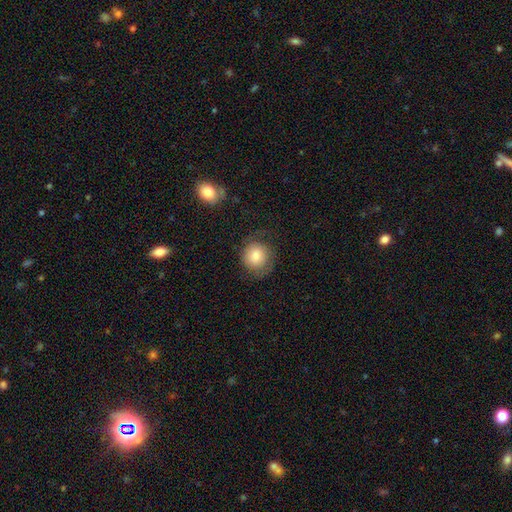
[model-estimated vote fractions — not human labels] smooth-or-featured: smooth: 75% | featured or disk: 17% | star or artifact: 8%
  how-rounded: round: 86% | in between: 13% | cigar-shaped: 1%
  merging: none: 69% | minor disturbance: 18% | major disturbance: 11% | merger: 2%